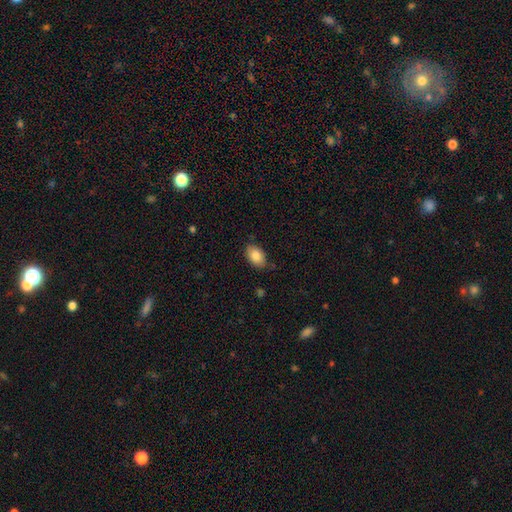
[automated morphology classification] smooth-or-featured: smooth: 85% | featured or disk: 8% | star or artifact: 7%
  how-rounded: in between: 89% | round: 10% | cigar-shaped: 1%
  merging: none: 81% | minor disturbance: 15% | major disturbance: 3% | merger: 2%